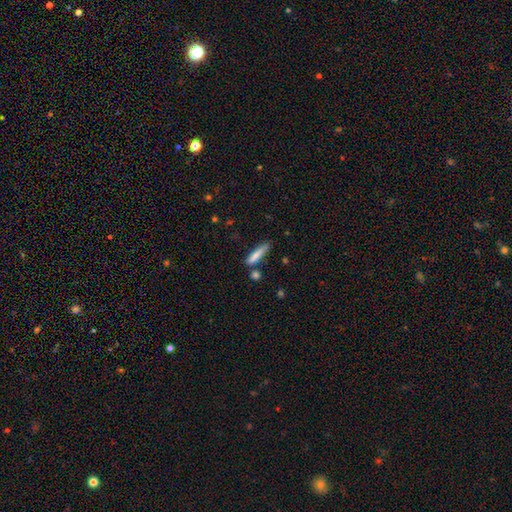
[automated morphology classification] The model was most divided on "merging": none: 66%, minor disturbance: 20%, merger: 9%, major disturbance: 5%. More confident: how rounded — cigar-shaped (83%); smooth or featured — smooth (78%).